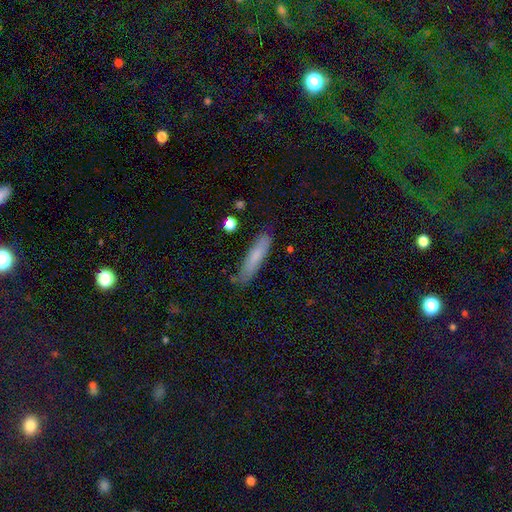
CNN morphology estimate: Overall: smooth (76%). How rounded: cigar-shaped (83%). Merging: none (78%).